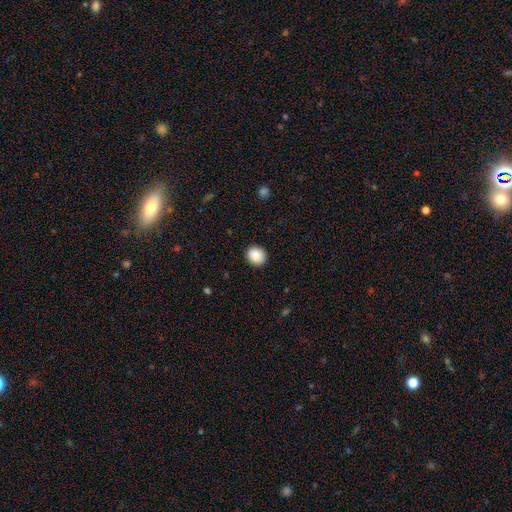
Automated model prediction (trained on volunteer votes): Morphology: type=smooth (88%); roundness=round (77%); merging=none (91%).